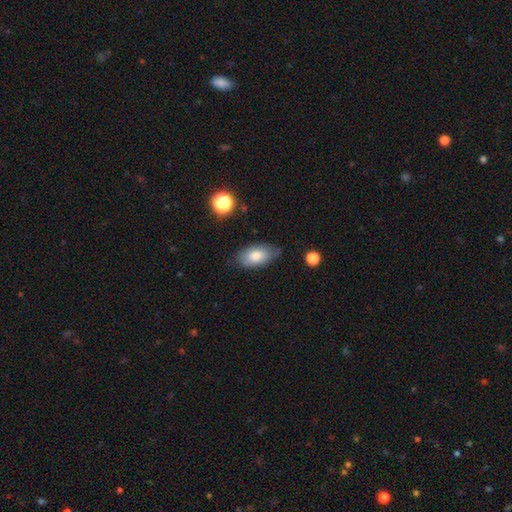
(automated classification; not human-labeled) Morphology: type=smooth (79%); roundness=in between (93%); merging=none (70%).